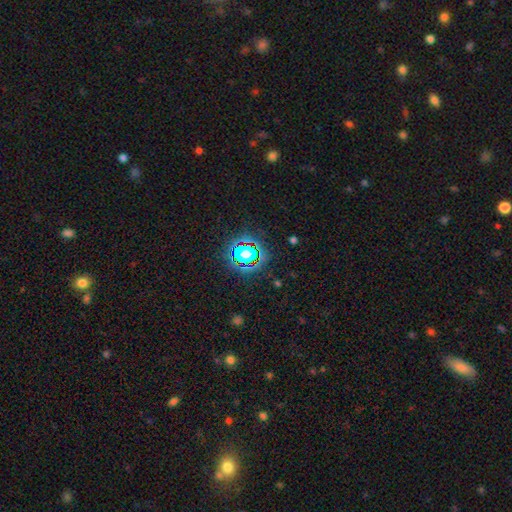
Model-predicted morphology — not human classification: Overall: star or artifact (77%).